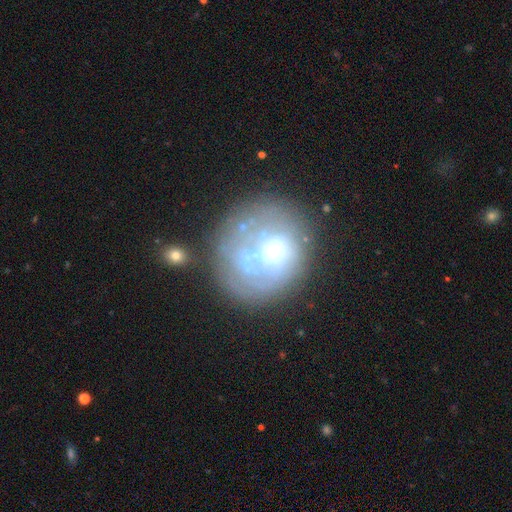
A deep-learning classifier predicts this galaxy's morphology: This is possibly a featured or disk galaxy (50%). It is clearly not viewed edge-on (97%). Merging: possibly none (55%).